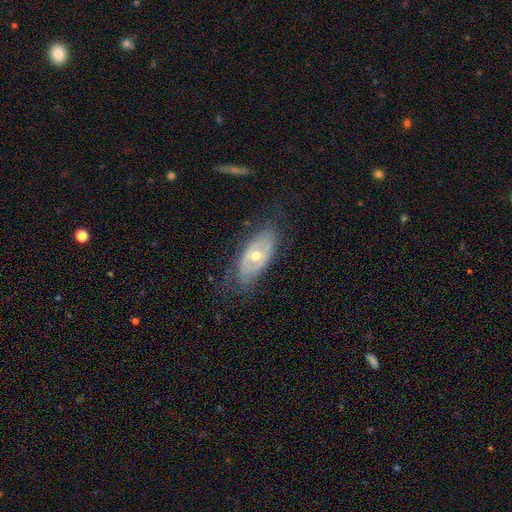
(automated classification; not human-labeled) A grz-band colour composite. It shows a featured or disk galaxy (66%) with no bar (77%), no spiral arms (52%) and a moderate central bulge (54%). Merging: none (67%).